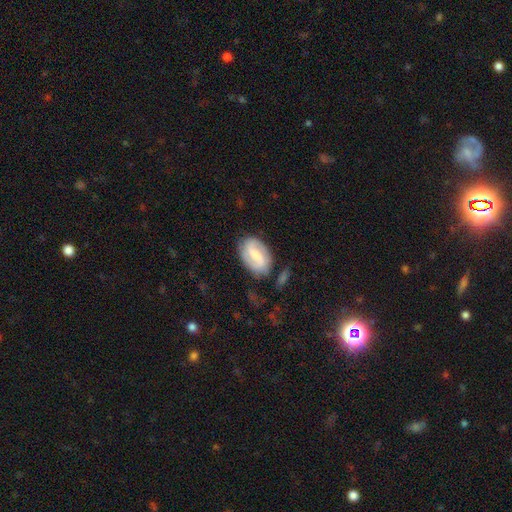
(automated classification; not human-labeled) Smooth or featured?
  - featured or disk: 64% *
  - smooth: 30%
  - star or artifact: 6%
Edge-on disk?
  - no: 97% *
  - yes: 3%
Bar?
  - weak: 49% *
  - strong: 33%
  - no: 18%
Spiral arms?
  - yes: 89% *
  - no: 11%
Spiral winding?
  - medium: 43% *
  - loose: 29%
  - tight: 28%
Spiral arm count?
  - 2: 85% *
  - can't tell: 8%
  - 1: 3%
  - 3: 2%
  - 4: 1%
  - more than 4: 1%
Bulge size?
  - moderate: 36% *
  - small: 35%
  - none: 18%
  - large: 9%
  - dominant: 2%
Merging?
  - none: 74% *
  - minor disturbance: 16%
  - major disturbance: 6%
  - merger: 4%